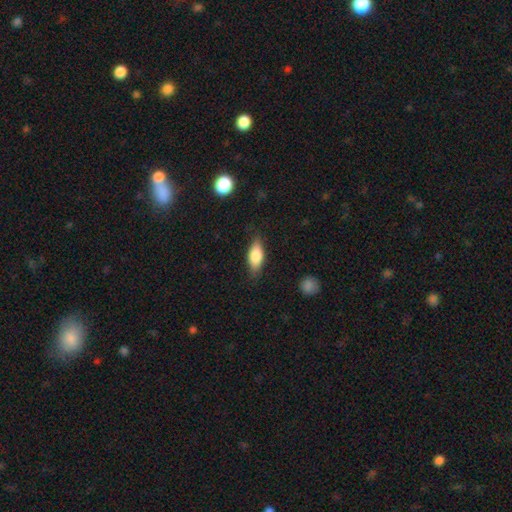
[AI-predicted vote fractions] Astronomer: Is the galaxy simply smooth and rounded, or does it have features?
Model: smooth — 76%.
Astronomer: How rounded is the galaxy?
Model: in between — 77%.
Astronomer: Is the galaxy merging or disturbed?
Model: none — 79%.